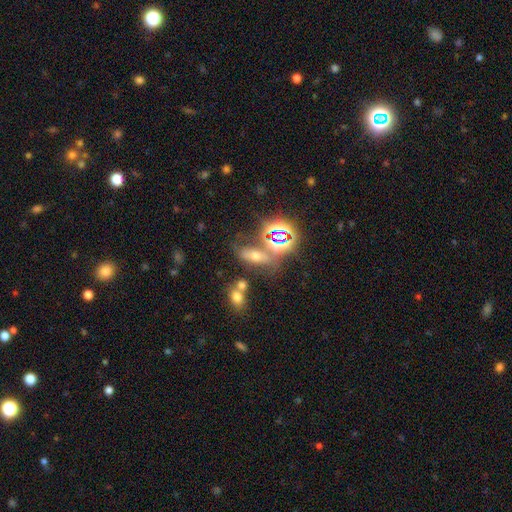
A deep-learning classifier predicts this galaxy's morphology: smooth 41%, star or artifact 40%, featured or disk 19%. Down the decision tree: merging — none (53%).